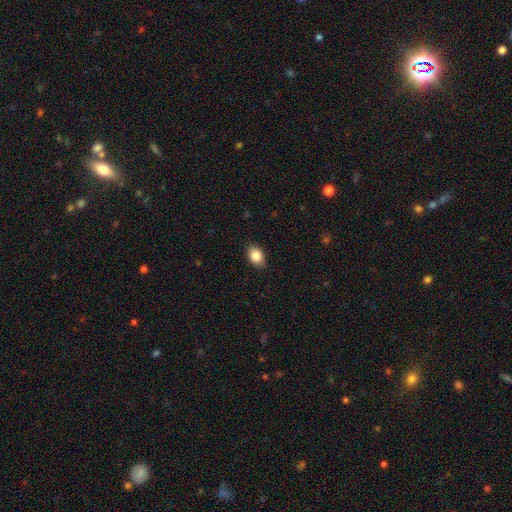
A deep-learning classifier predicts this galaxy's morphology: This appears to be a smooth galaxy with no disk features (87%) that is in between round and cigar-shaped (85%). Merging: none (87%).